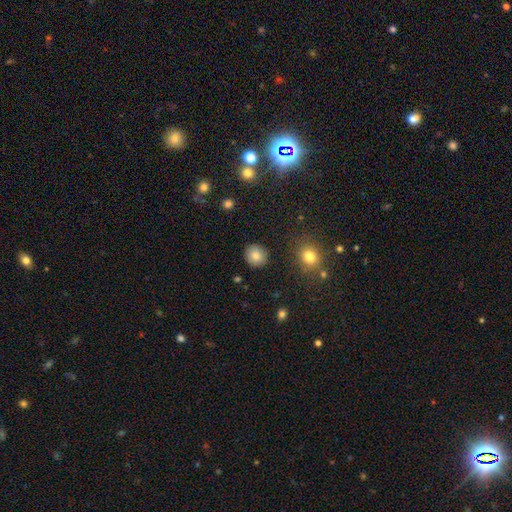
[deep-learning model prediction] Overall: smooth (83%). How rounded: round (89%). Merging: none (90%).